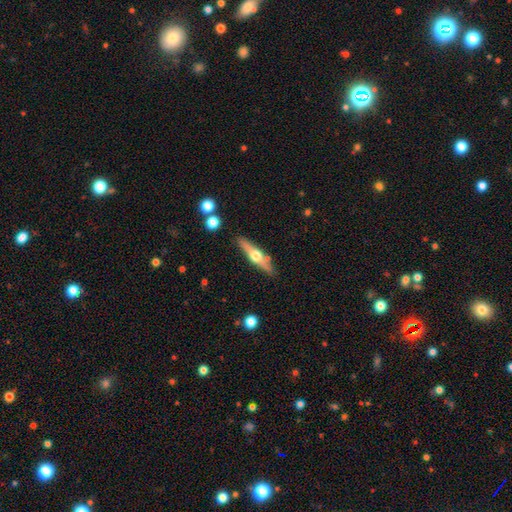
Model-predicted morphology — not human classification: This is likely a featured or disk galaxy (66%). It is clearly viewed edge-on (95%). Edge-on bulge: clearly rounded (95%). Merging: clearly none (85%).